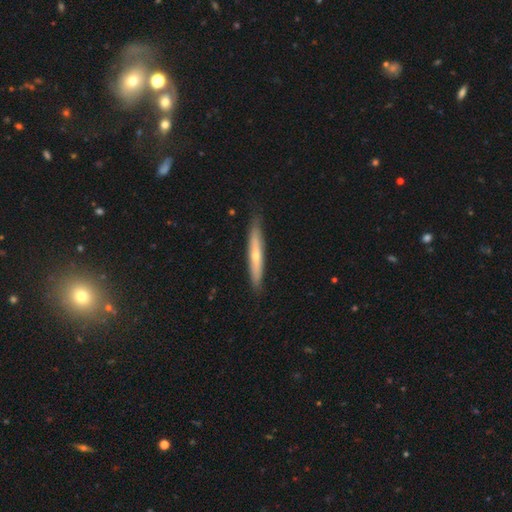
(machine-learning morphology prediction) This appears to be a featured or disk galaxy (51%) viewed edge-on (89%). Merging: none (84%).